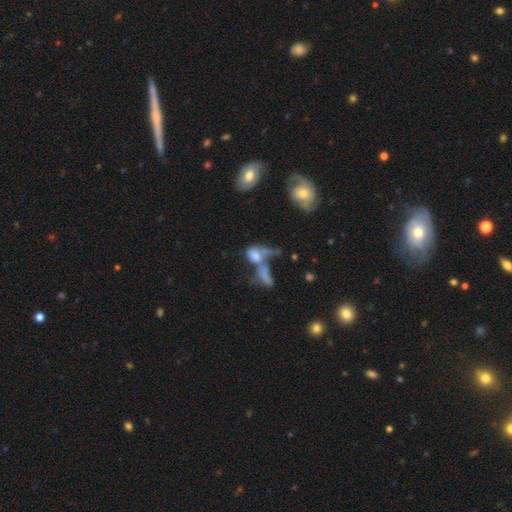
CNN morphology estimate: This appears to be a smooth galaxy with no disk features (60%) that is in between round and cigar-shaped (76%). Merging: merger (61%).